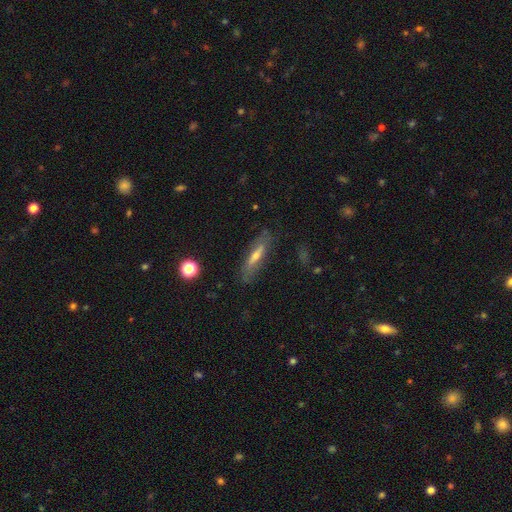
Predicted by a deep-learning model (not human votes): This is possibly a featured or disk galaxy (52%). It is likely viewed edge-on (66%). Merging: likely none (76%).